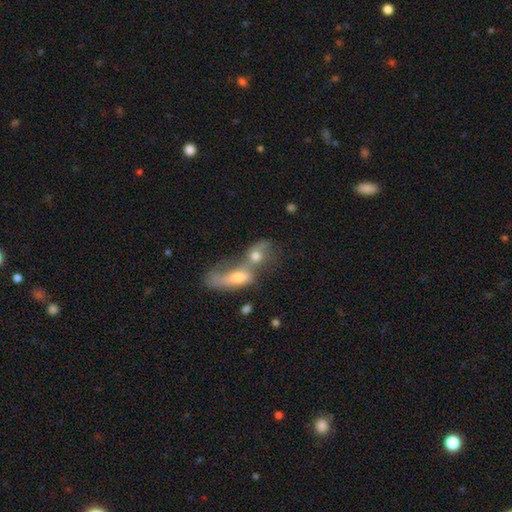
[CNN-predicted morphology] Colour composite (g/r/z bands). It shows a smooth galaxy with no disk features (63%) that is in between round and cigar-shaped (65%). Merging: merger (75%).